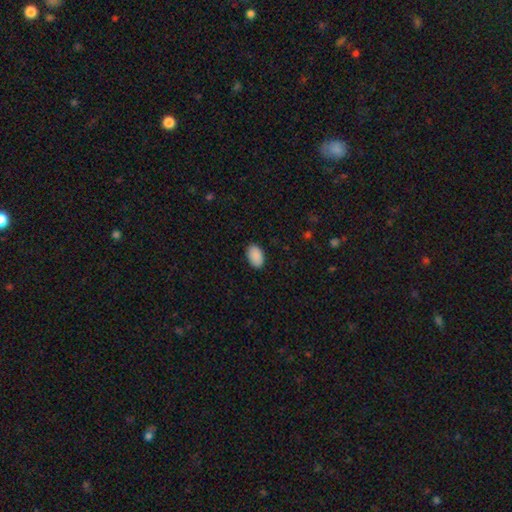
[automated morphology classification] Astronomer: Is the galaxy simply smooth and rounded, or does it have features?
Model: smooth — 90%.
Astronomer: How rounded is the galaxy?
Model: in between — 93%.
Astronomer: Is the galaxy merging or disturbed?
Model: none — 89%.